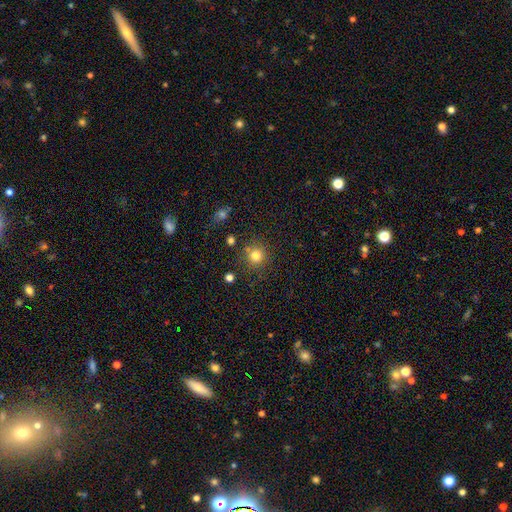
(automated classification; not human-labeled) Q: Smooth or featured?
A: smooth (80%); runner-up: star or artifact (14%)
Q: How rounded?
A: round (92%); runner-up: in between (7%)
Q: Merging?
A: none (80%); runner-up: minor disturbance (10%)